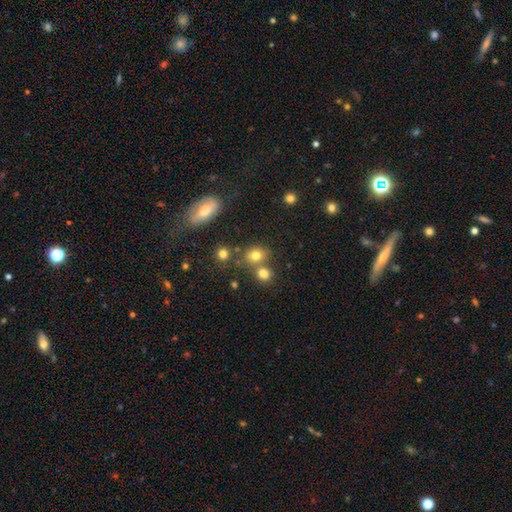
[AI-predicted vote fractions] A smooth galaxy with no disk features (76%) that is round (66%).

Vote fractions:
- Smooth or featured? smooth: 76% / star or artifact: 15% / featured or disk: 9%
- How rounded? round: 66% / in between: 33% / cigar-shaped: 1%
- Merging? none: 60% / merger: 25% / minor disturbance: 11% / major disturbance: 4%